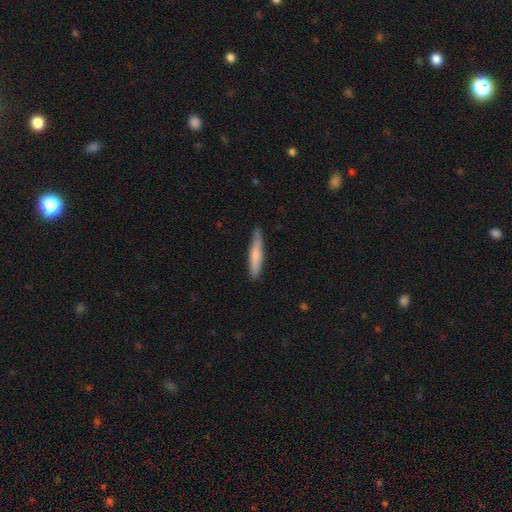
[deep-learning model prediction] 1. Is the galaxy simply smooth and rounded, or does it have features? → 73% smooth, 22% featured or disk, 5% star or artifact.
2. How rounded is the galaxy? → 90% cigar-shaped, 9% in between, 1% round.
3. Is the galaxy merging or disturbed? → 84% none, 12% minor disturbance, 2% major disturbance, 1% merger.